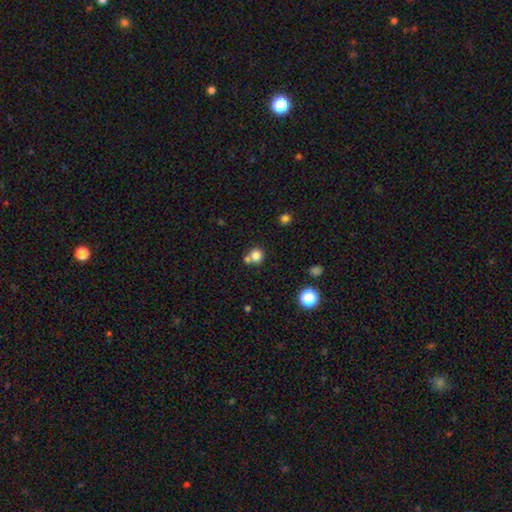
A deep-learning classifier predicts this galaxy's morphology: This appears to be a smooth galaxy with no disk features (80%) that is round (89%). Merging: none (59%).